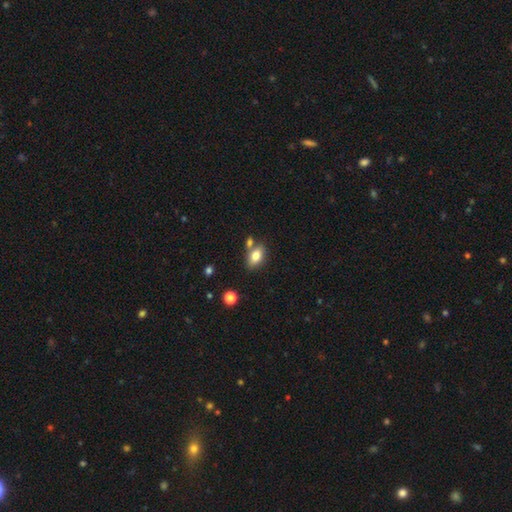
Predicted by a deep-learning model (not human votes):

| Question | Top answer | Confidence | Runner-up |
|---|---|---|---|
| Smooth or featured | smooth | 79% | featured or disk (12%) |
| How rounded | in between | 87% | round (9%) |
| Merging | none | 64% | merger (19%) |